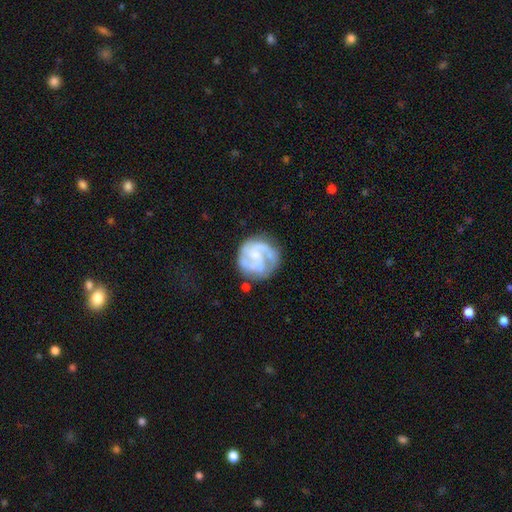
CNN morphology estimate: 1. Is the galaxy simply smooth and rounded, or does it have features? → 83% featured or disk, 12% smooth, 5% star or artifact.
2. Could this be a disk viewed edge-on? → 98% no, 2% yes.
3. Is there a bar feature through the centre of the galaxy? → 52% no, 39% weak, 9% strong.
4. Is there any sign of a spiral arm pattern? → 95% yes, 5% no.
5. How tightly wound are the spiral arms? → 49% medium, 35% tight, 16% loose.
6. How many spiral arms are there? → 46% 2, 32% 3, 11% can't tell, 4% 4, 4% 1, 3% more than 4.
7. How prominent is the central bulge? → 56% small, 24% moderate, 17% none, 2% large, 1% dominant.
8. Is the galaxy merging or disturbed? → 70% none, 18% minor disturbance, 10% major disturbance, 3% merger.